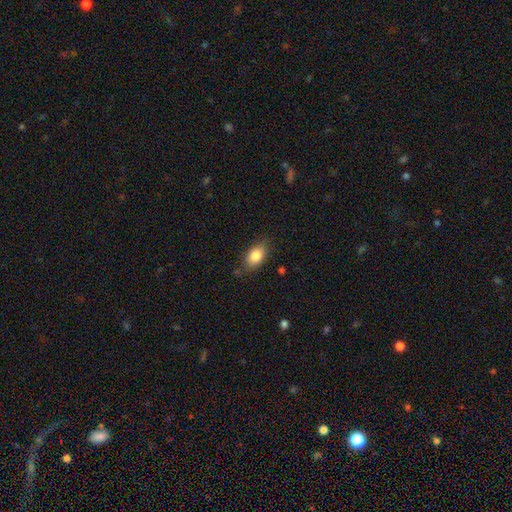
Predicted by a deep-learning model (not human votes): Morphology: type=smooth (84%); roundness=in between (87%); merging=none (77%).